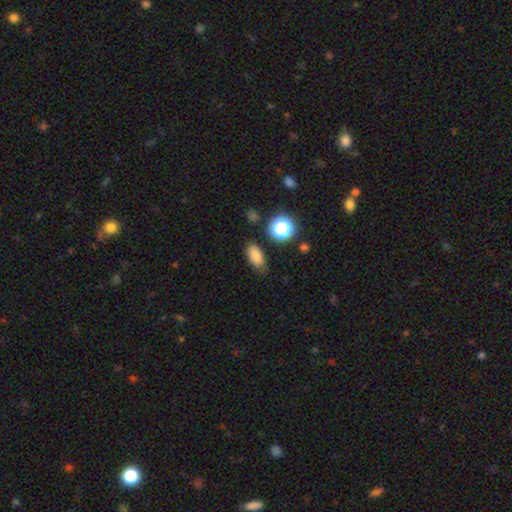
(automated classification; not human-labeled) Morphology: type=smooth (81%); roundness=in between (85%); merging=none (76%).